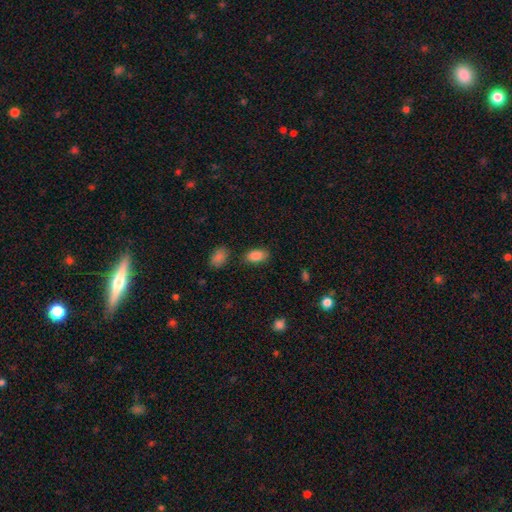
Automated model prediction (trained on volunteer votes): A smooth galaxy with no disk features (87%) that is in between round and cigar-shaped (92%). Merging: none (80%).